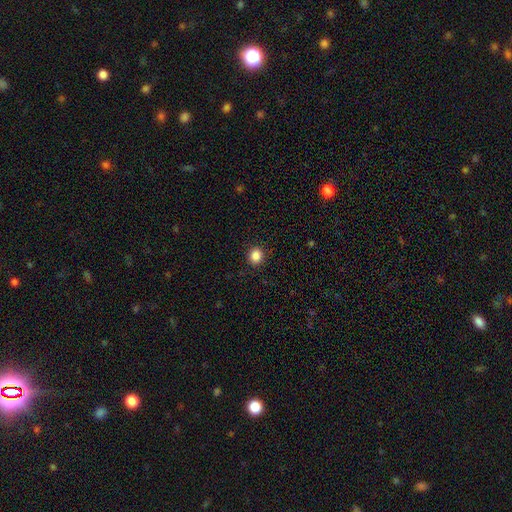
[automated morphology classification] smooth 86%, star or artifact 10%, featured or disk 3%. Down the decision tree: how rounded — round (86%); merging — none (92%).